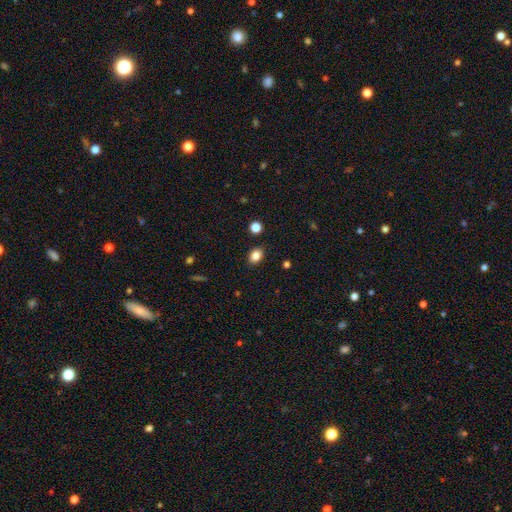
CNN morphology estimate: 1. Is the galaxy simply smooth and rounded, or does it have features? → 85% smooth, 10% star or artifact, 5% featured or disk.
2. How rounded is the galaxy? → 73% in between, 26% round, 1% cigar-shaped.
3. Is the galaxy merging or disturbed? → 88% none, 8% minor disturbance, 2% major disturbance, 2% merger.